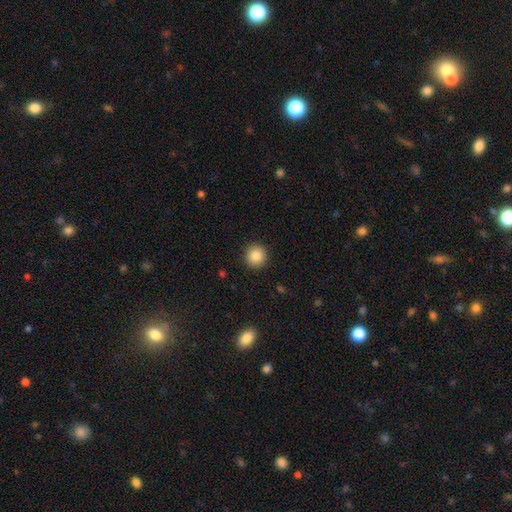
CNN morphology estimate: Smooth or featured? smooth (86%)
How rounded? round (94%)
Merging? none (92%)